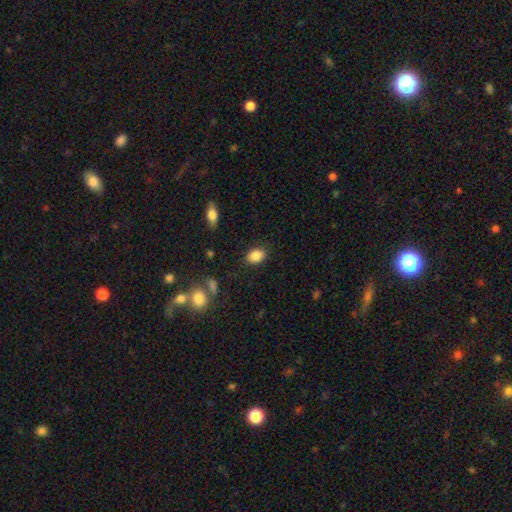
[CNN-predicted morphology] Q: Smooth or featured?
A: smooth (86%); runner-up: star or artifact (8%)
Q: How rounded?
A: in between (80%); runner-up: round (19%)
Q: Merging?
A: none (84%); runner-up: minor disturbance (11%)